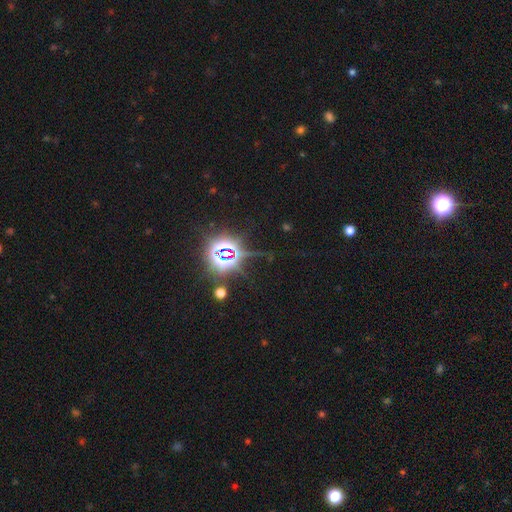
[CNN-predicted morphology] star or artifact 84%, smooth 10%, featured or disk 6%.